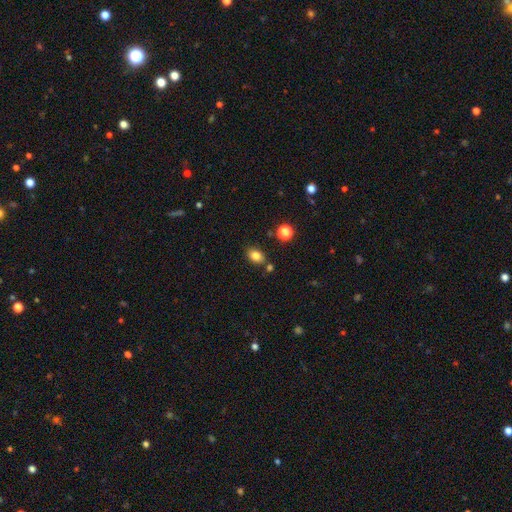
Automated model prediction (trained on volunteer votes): Overall: smooth (82%). How rounded: in between (75%). Merging: none (77%).